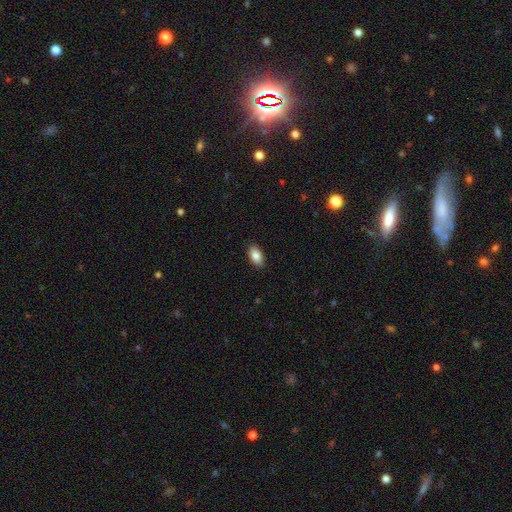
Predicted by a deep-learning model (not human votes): This appears to be a smooth galaxy with no disk features (85%) that is in between round and cigar-shaped (92%). Merging: none (89%).